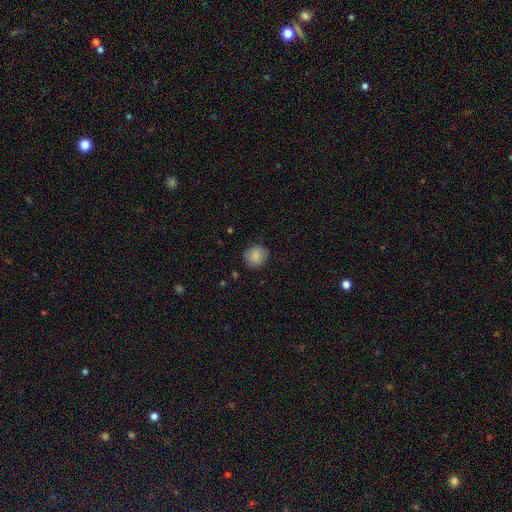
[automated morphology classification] Smooth or featured?
  - smooth: 85% *
  - star or artifact: 8%
  - featured or disk: 7%
How rounded?
  - round: 80% *
  - in between: 19%
  - cigar-shaped: 1%
Merging?
  - none: 82% *
  - minor disturbance: 14%
  - major disturbance: 3%
  - merger: 1%